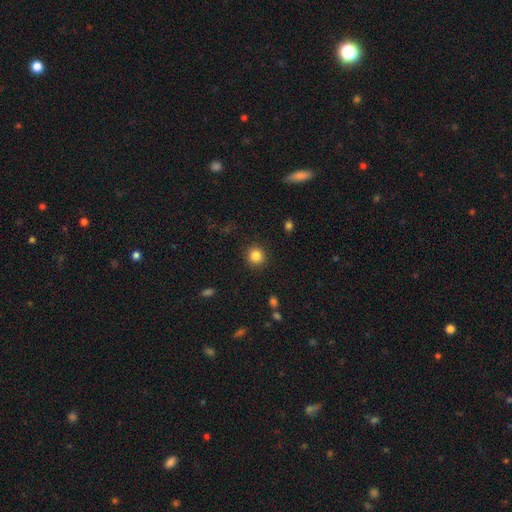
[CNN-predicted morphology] This is clearly a smooth galaxy (85%). How rounded: clearly round (93%). Merging: clearly none (92%).